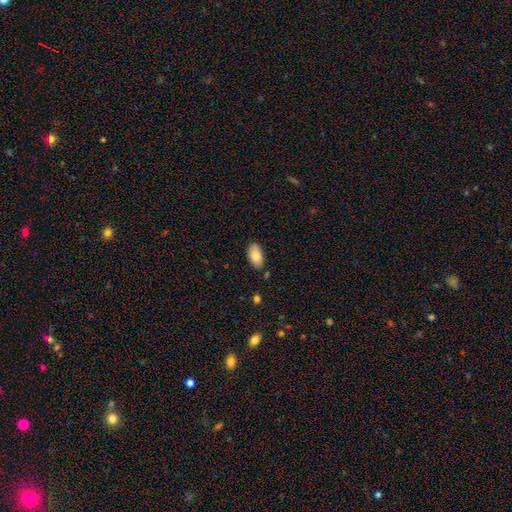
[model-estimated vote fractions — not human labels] smooth_or_featured: smooth (p=0.84) [alt: featured or disk p=0.09]
how_rounded: in between (p=0.95) [alt: round p=0.03]
merging: none (p=0.83) [alt: minor disturbance p=0.12]